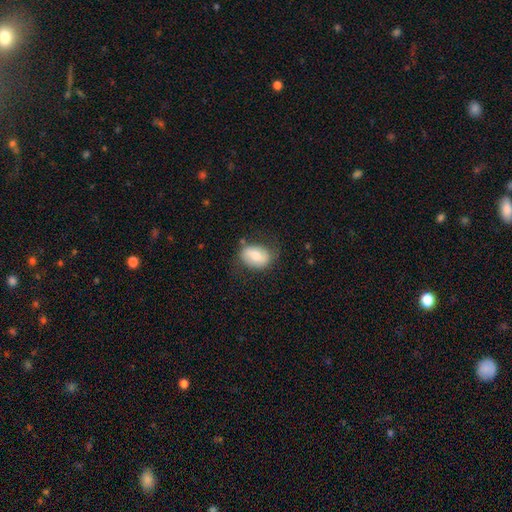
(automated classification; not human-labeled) smooth 63%, featured or disk 30%, star or artifact 7%. Down the decision tree: how rounded — in between (73%); merging — none (69%).